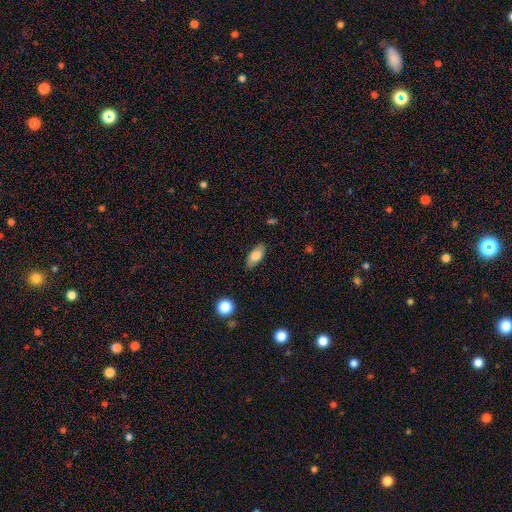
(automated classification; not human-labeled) Smooth or featured?
  - smooth: 79% *
  - featured or disk: 14%
  - star or artifact: 7%
How rounded?
  - in between: 88% *
  - cigar-shaped: 8%
  - round: 4%
Merging?
  - none: 83% *
  - minor disturbance: 13%
  - major disturbance: 3%
  - merger: 1%